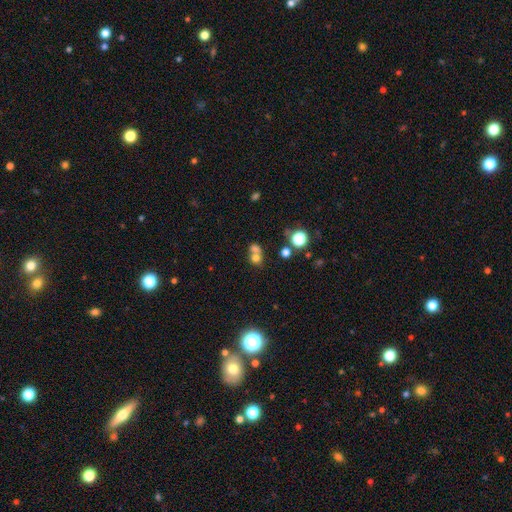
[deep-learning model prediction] smooth 69%, star or artifact 17%, featured or disk 14%. Down the decision tree: how rounded — round (71%); merging — merger (58%).